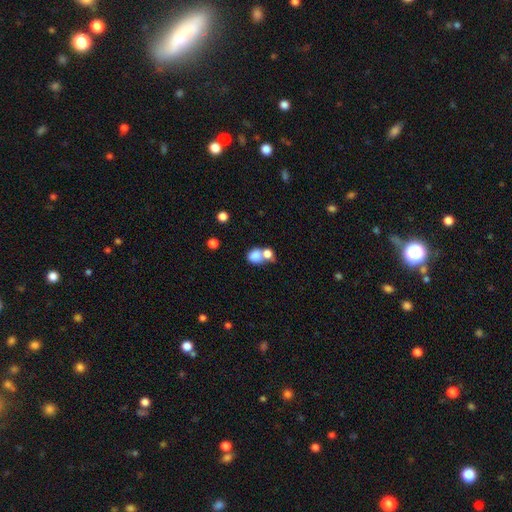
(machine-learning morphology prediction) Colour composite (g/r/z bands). It shows a smooth galaxy with no disk features (80%) that is round (57%). Merging: merger (56%).